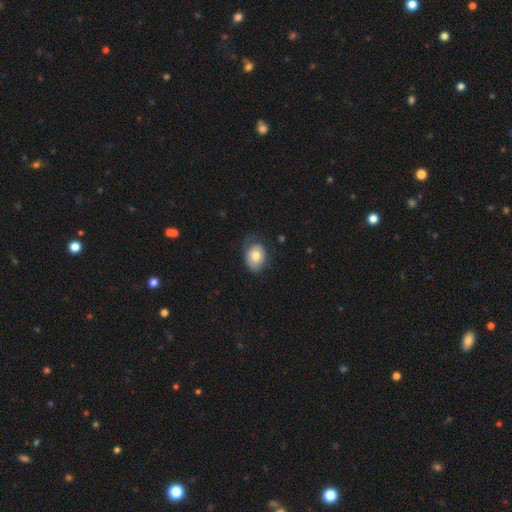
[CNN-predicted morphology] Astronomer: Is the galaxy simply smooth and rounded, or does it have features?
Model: smooth — 76%.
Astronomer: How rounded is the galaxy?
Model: in between — 65%.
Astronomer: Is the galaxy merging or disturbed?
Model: none — 64%.